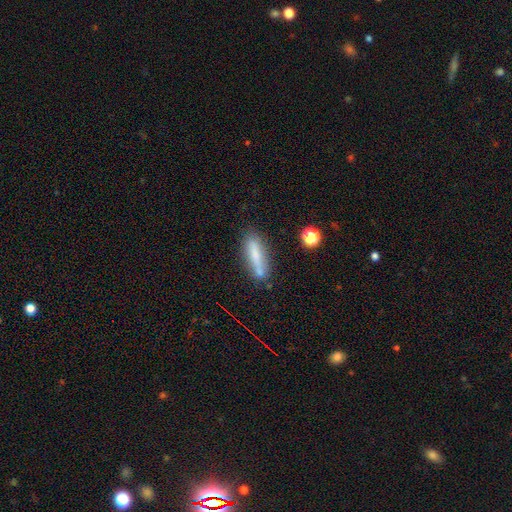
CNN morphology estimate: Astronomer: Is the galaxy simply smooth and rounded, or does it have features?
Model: smooth — 65%.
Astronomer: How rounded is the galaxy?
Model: cigar-shaped — 76%.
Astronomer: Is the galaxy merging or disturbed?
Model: none — 70%.